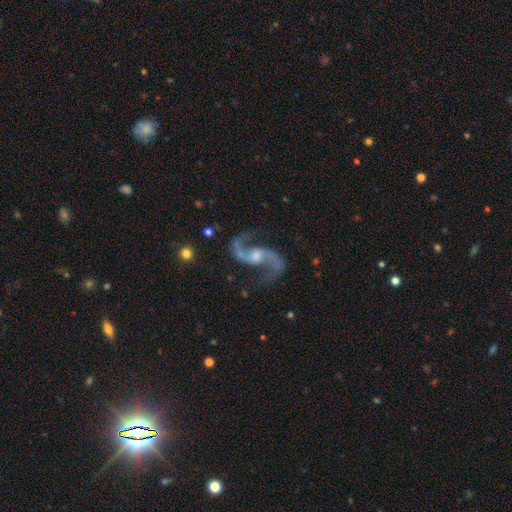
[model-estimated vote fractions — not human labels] A featured or disk galaxy (93%) with no bar (43%), 2 (95%) loose (61%) spiral arms (98%) and a moderate central bulge (46%). Merging: none (80%).